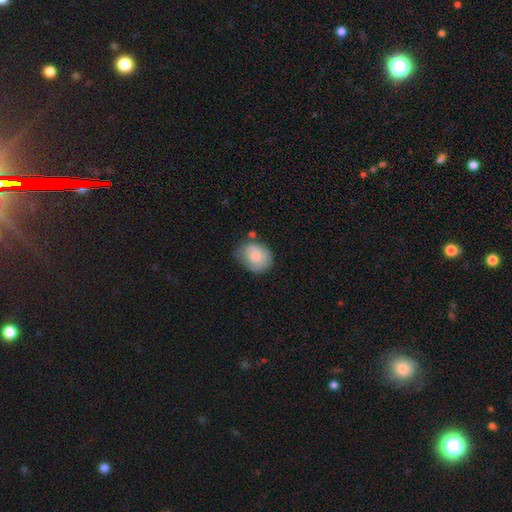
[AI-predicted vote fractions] Q: Smooth or featured?
A: smooth (79%); runner-up: featured or disk (14%)
Q: How rounded?
A: in between (53%); runner-up: round (47%)
Q: Merging?
A: none (54%); runner-up: minor disturbance (32%)